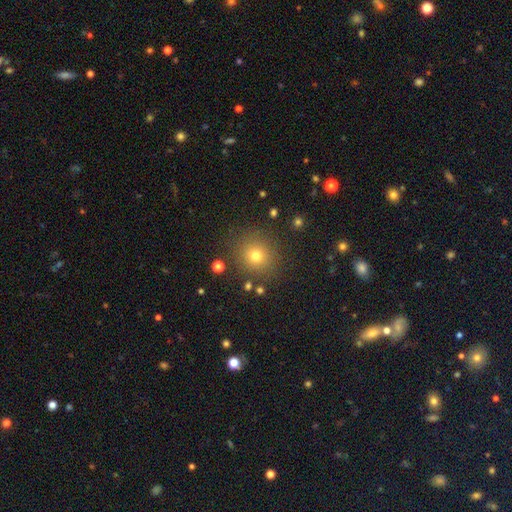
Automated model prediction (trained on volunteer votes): Smooth or featured? Predicted: smooth (p=0.74). How rounded? Predicted: round (p=0.89). Merging? Predicted: none (p=0.86).